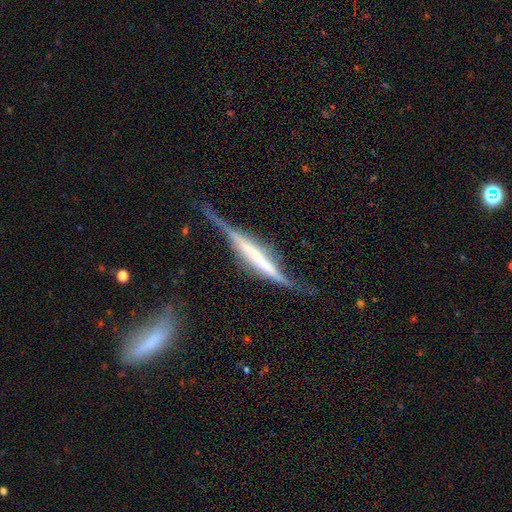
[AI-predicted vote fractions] smooth_or_featured: featured or disk (p=0.77) [alt: smooth p=0.17]
disk_edge_on: yes (p=0.90) [alt: no p=0.10]
edge_on_bulge: none (p=0.39) [alt: boxy p=0.36]
merging: none (p=0.58) [alt: minor disturbance p=0.26]